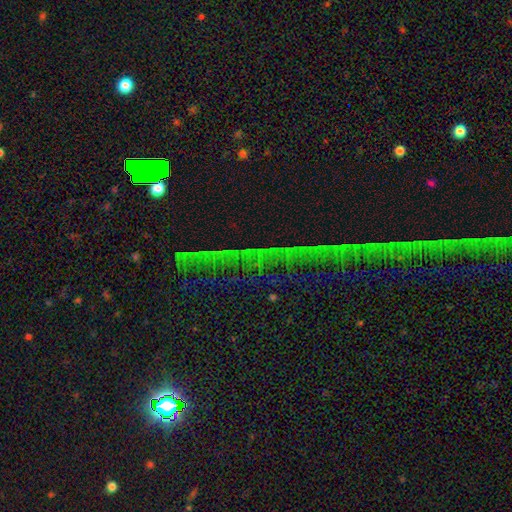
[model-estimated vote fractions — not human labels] star or artifact 83%, featured or disk 9%, smooth 8%.